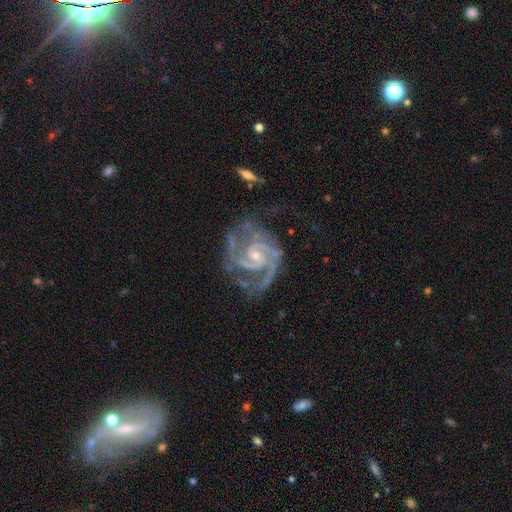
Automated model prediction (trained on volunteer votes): The model was most divided on "spiral winding": medium: 49%, tight: 46%, loose: 6%. More confident: spiral arms — yes (99%); edge-on disk — no (98%); smooth or featured — featured or disk (93%); spiral arm count — 2 (71%); bulge size — small (65%); merging — none (61%); bar — no (52%).